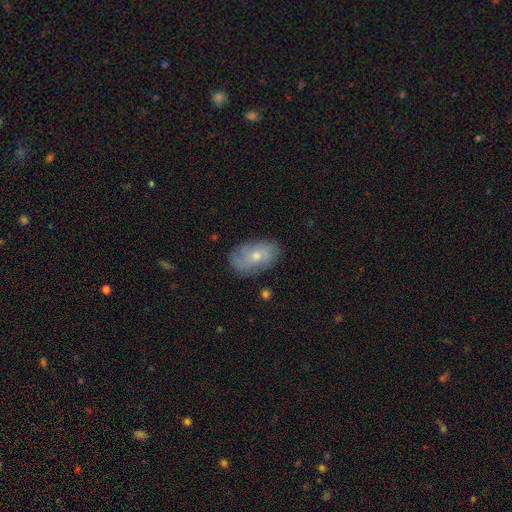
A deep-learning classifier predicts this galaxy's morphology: This is possibly a smooth galaxy (49%). Merging: likely none (77%).